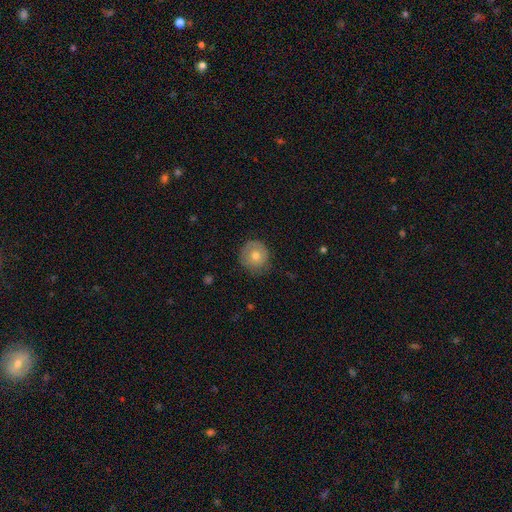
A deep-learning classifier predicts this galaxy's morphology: smooth 54%, featured or disk 39%, star or artifact 8%. Down the decision tree: how rounded — round (91%); merging — none (77%).